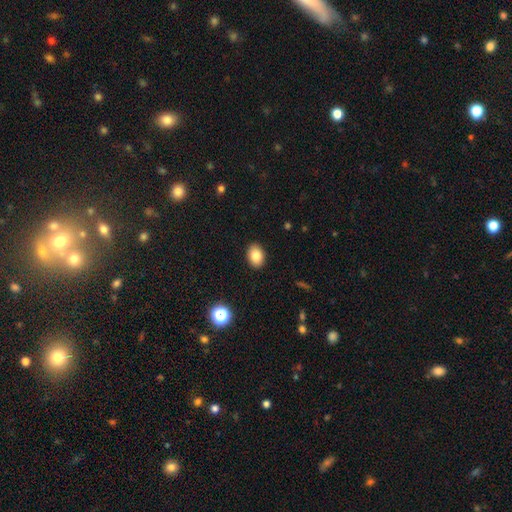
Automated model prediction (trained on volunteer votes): Smooth or featured? Predicted: smooth (p=0.84). How rounded? Predicted: in between (p=0.79). Merging? Predicted: none (p=0.90).